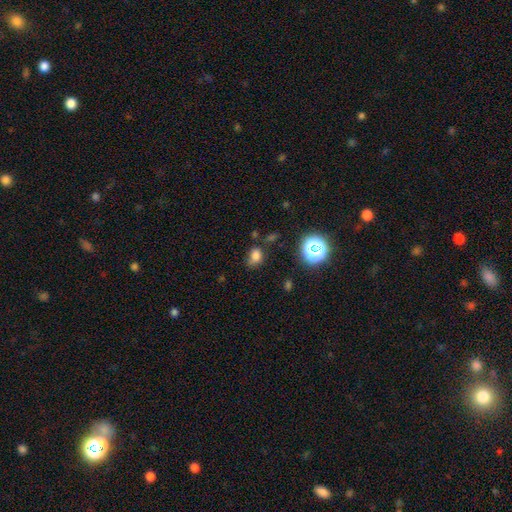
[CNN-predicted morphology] type=smooth (74%); roundness=in between (62%); merging=none (60%).